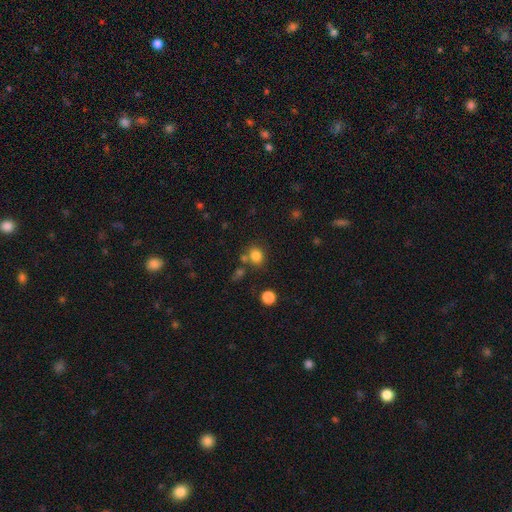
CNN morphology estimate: The model was most divided on "how rounded": round: 68%, in between: 31%, cigar-shaped: 1%. More confident: smooth or featured — smooth (81%); merging — none (70%).